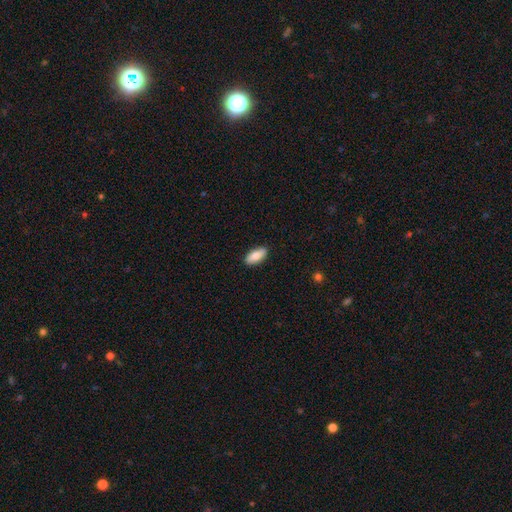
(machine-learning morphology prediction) Smooth or featured: smooth — 79% (featured or disk — 15%)
How rounded: in between — 85% (cigar-shaped — 12%)
Merging: none — 90% (minor disturbance — 8%)